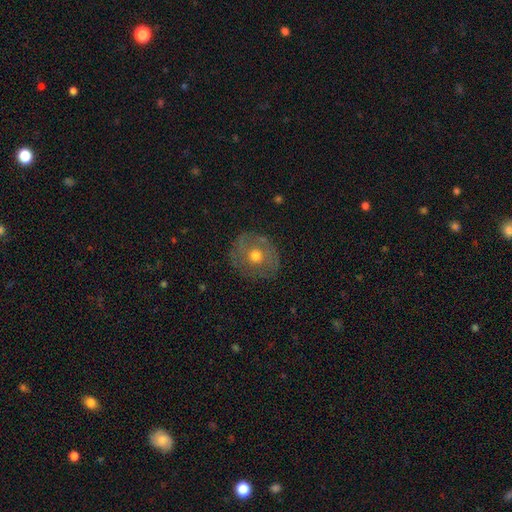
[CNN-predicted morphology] type=featured or disk (46%); merging=none (79%).